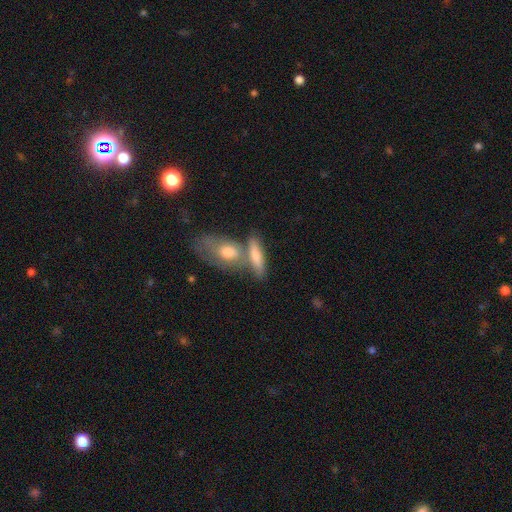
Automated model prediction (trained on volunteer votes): A smooth galaxy with no disk features (66%) that is in between round and cigar-shaped (54%). Merging: merger (44%).